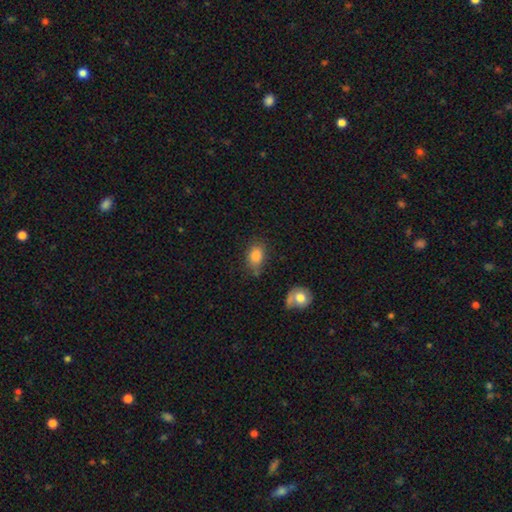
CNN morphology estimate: smooth 83%, star or artifact 9%, featured or disk 8%. Down the decision tree: how rounded — in between (73%); merging — none (67%).